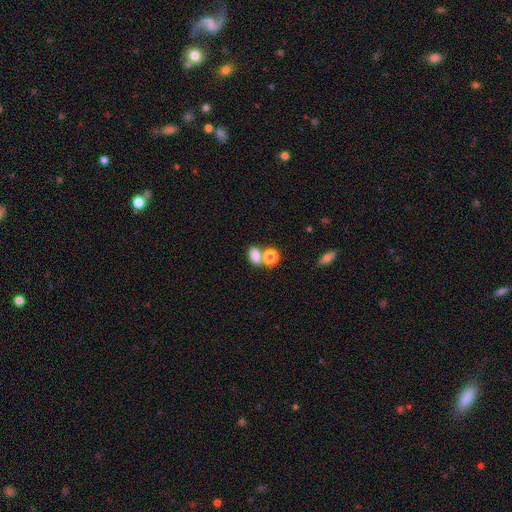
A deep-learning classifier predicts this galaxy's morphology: Smooth or featured: smooth — 81% (star or artifact — 12%)
How rounded: in between — 76% (round — 23%)
Merging: none — 46% (merger — 39%)